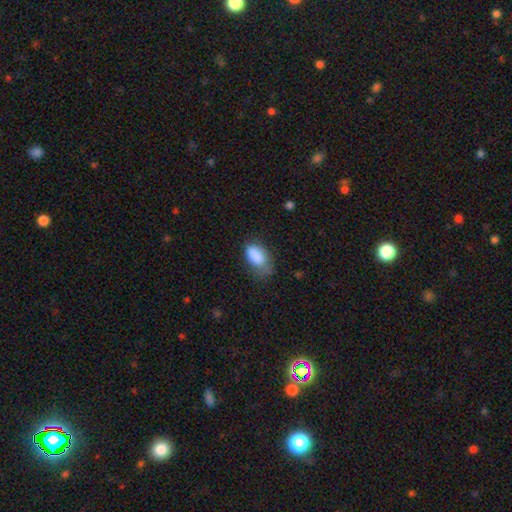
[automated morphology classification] smooth 85%, star or artifact 8%, featured or disk 7%. Down the decision tree: how rounded — in between (92%); merging — none (40%).